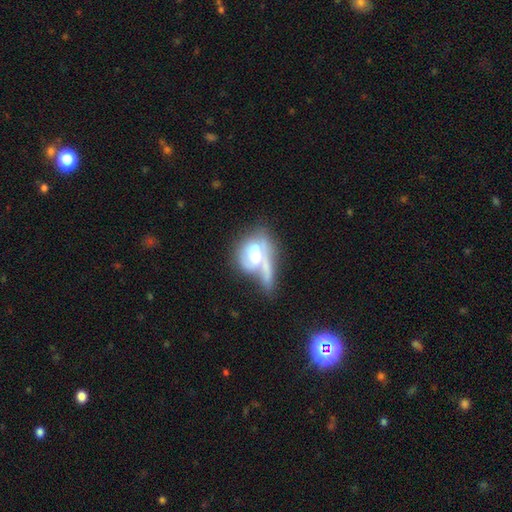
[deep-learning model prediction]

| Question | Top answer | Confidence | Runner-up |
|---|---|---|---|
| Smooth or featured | featured or disk | 48% | smooth (45%) |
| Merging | merger | 43% | none (23%) |